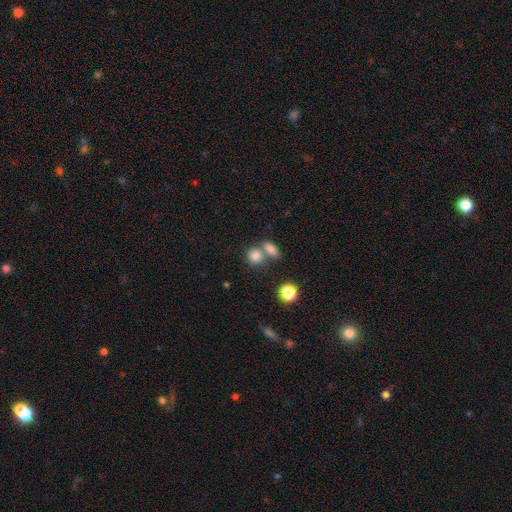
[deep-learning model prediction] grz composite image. It shows a smooth galaxy with no disk features (82%) that is round (70%). Merging: none (48%).